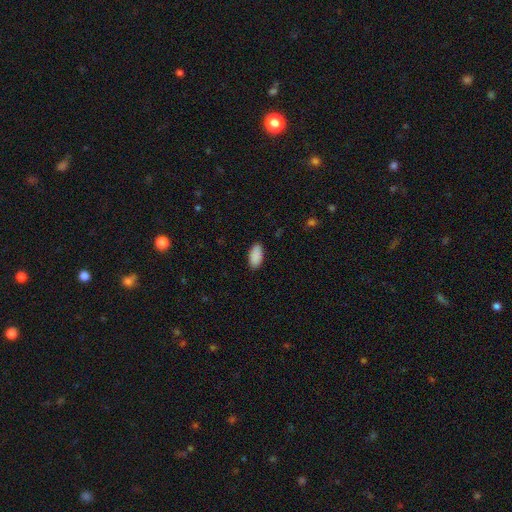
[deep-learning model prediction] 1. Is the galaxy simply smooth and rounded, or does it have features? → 90% smooth, 7% star or artifact, 3% featured or disk.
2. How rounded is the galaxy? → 95% in between, 3% cigar-shaped, 2% round.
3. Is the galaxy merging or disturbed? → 88% none, 9% minor disturbance, 2% major disturbance, 1% merger.